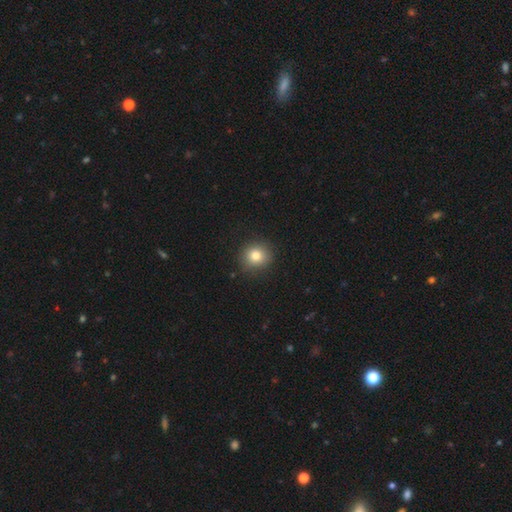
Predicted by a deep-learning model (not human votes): smooth-or-featured: smooth: 81% | star or artifact: 11% | featured or disk: 8%
  how-rounded: round: 85% | in between: 14% | cigar-shaped: 1%
  merging: none: 89% | minor disturbance: 8% | major disturbance: 2% | merger: 1%